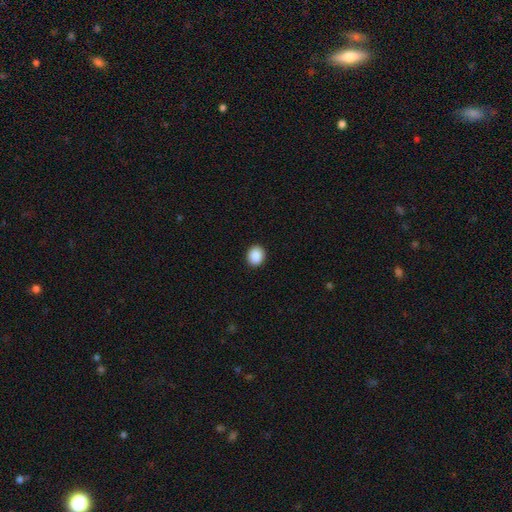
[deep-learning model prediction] Smooth or featured? Predicted: smooth (p=0.89). How rounded? Predicted: round (p=0.70). Merging? Predicted: none (p=0.92).